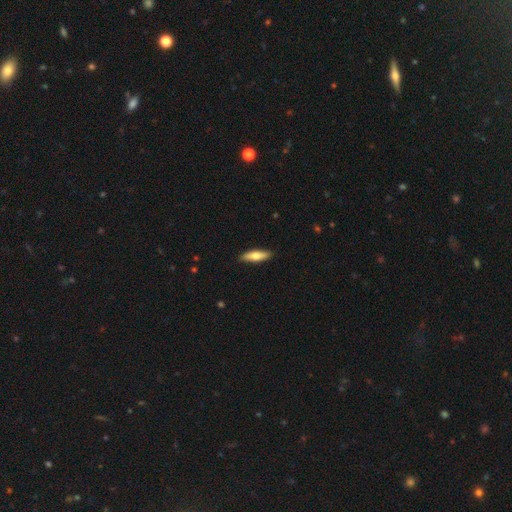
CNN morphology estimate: Smooth or featured: smooth — 65% (featured or disk — 30%)
How rounded: cigar-shaped — 61% (in between — 37%)
Merging: none — 88% (minor disturbance — 9%)